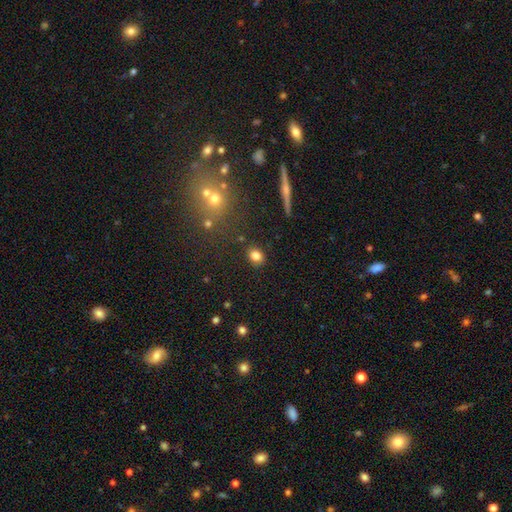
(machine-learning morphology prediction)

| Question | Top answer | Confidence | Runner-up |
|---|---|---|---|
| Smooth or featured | smooth | 82% | star or artifact (11%) |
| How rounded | in between | 50% | round (48%) |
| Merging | none | 85% | minor disturbance (9%) |